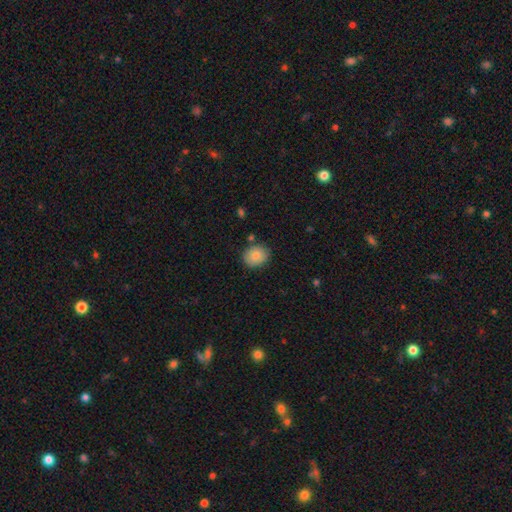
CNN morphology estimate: Smooth or featured? smooth (82%)
How rounded? round (61%)
Merging? none (79%)